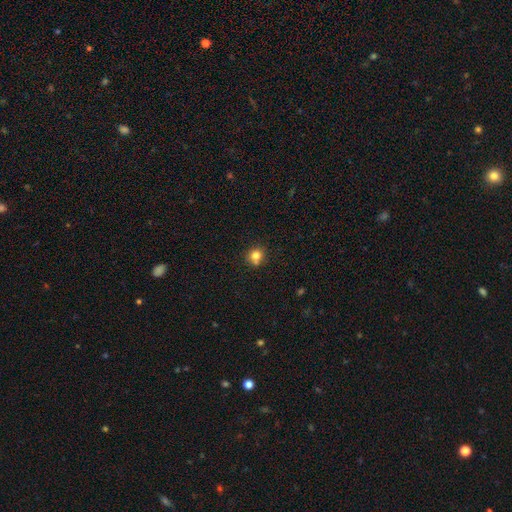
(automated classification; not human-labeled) smooth-or-featured: smooth: 79% | star or artifact: 13% | featured or disk: 8%
  how-rounded: round: 87% | in between: 12% | cigar-shaped: 1%
  merging: none: 69% | merger: 15% | minor disturbance: 13% | major disturbance: 3%